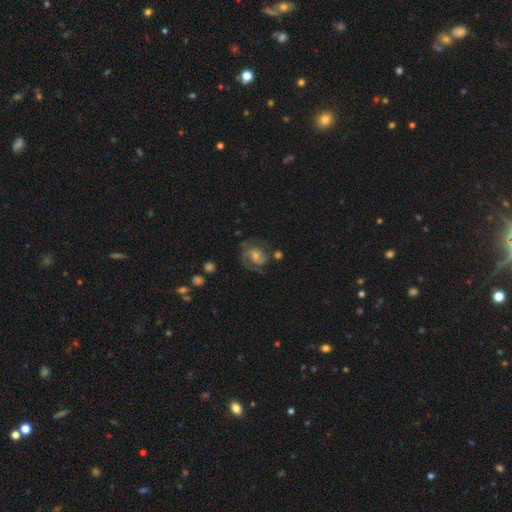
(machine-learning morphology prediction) This is likely a featured or disk galaxy (78%). It is clearly not viewed edge-on (98%). Bar: possibly no (53%). Spiral arm pattern: clearly yes (94%). Spiral arm count: possibly 2 (60%). Spiral winding: possibly medium (46%). Central bulge: possibly small (47%). Merging: likely none (67%).